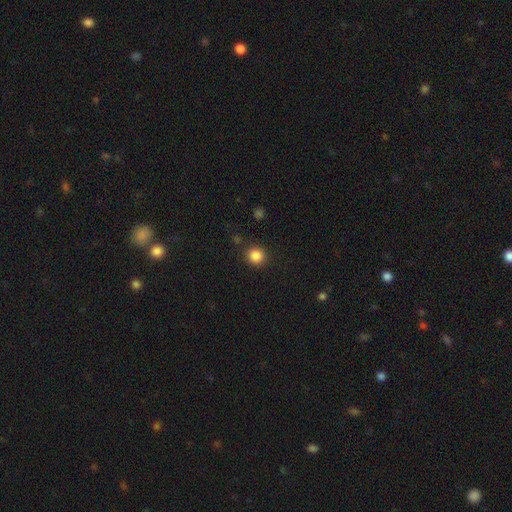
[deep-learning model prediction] This appears to be a smooth galaxy with no disk features (86%) that is round (89%). Merging: none (88%).